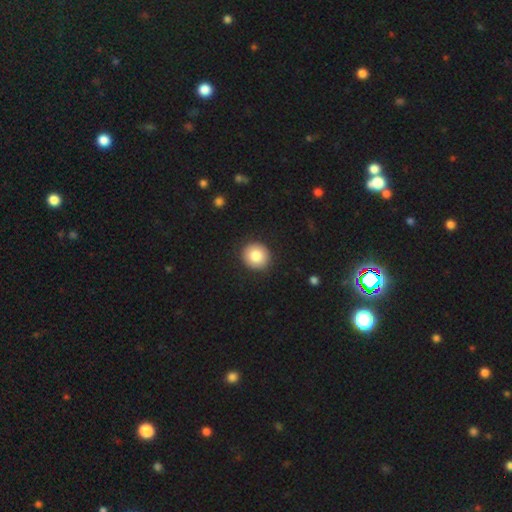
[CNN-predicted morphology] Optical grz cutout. It shows a smooth galaxy with no disk features (84%) that is round (90%). Merging: none (91%).